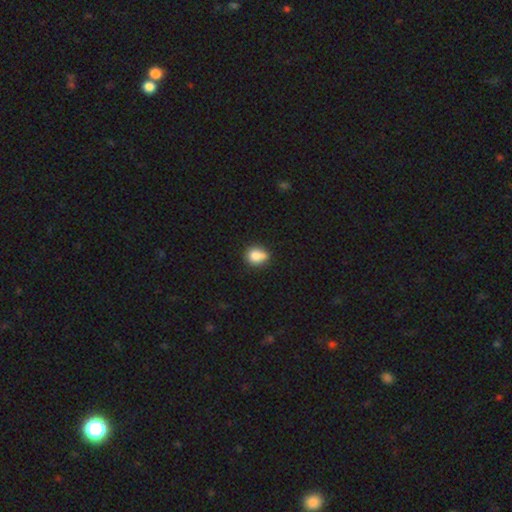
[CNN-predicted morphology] smooth-or-featured: smooth: 79% | featured or disk: 11% | star or artifact: 10%
  how-rounded: round: 69% | in between: 30% | cigar-shaped: 1%
  merging: none: 51% | minor disturbance: 25% | merger: 18% | major disturbance: 6%